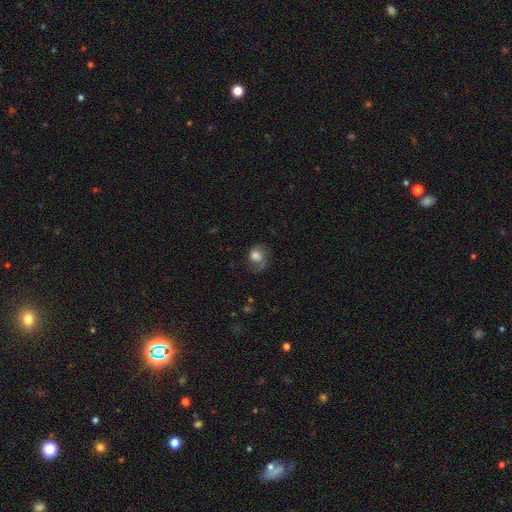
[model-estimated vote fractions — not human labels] smooth 57%, featured or disk 33%, star or artifact 10%. Down the decision tree: how rounded — round (61%); merging — none (44%).